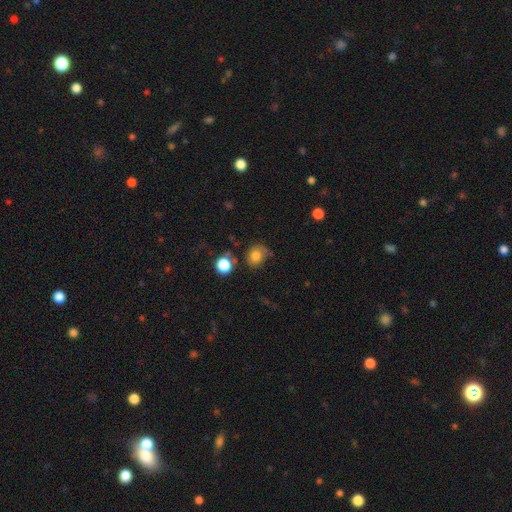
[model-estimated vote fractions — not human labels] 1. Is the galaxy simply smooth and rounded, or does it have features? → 73% smooth, 15% featured or disk, 12% star or artifact.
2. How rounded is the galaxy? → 74% round, 25% in between, 1% cigar-shaped.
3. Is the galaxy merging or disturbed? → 60% none, 24% minor disturbance, 10% major disturbance, 6% merger.